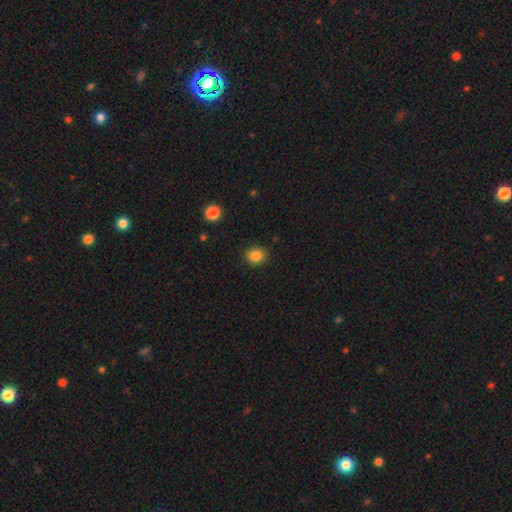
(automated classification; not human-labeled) Q: Smooth or featured?
A: smooth (85%); runner-up: star or artifact (11%)
Q: How rounded?
A: round (72%); runner-up: in between (27%)
Q: Merging?
A: none (88%); runner-up: minor disturbance (9%)